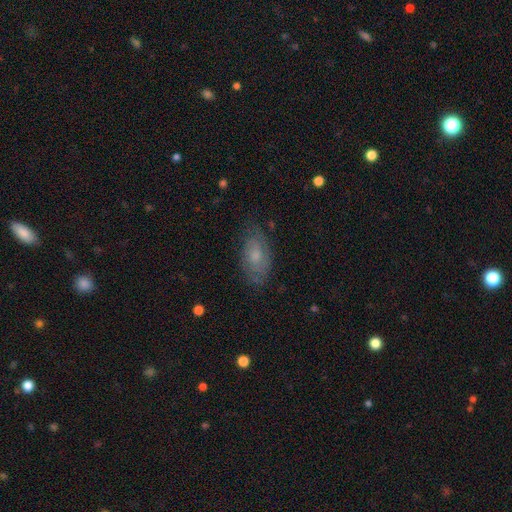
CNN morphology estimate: A smooth galaxy with no disk features (55%) that is in between round and cigar-shaped (89%). Merging: none (73%).